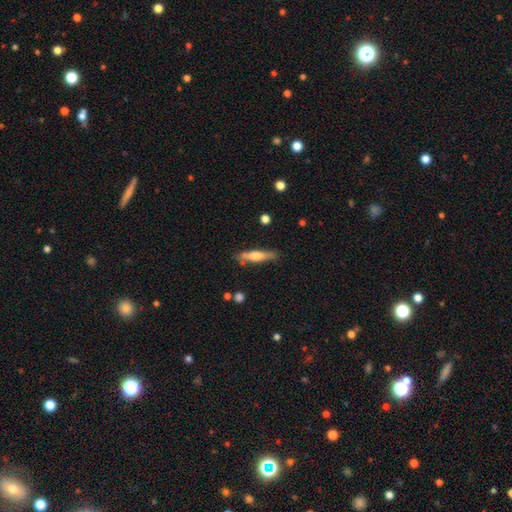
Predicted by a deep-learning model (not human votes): smooth-or-featured: smooth: 52% | featured or disk: 42% | star or artifact: 6%
  how-rounded: cigar-shaped: 84% | in between: 14% | round: 2%
  merging: none: 76% | minor disturbance: 16% | merger: 4% | major disturbance: 4%